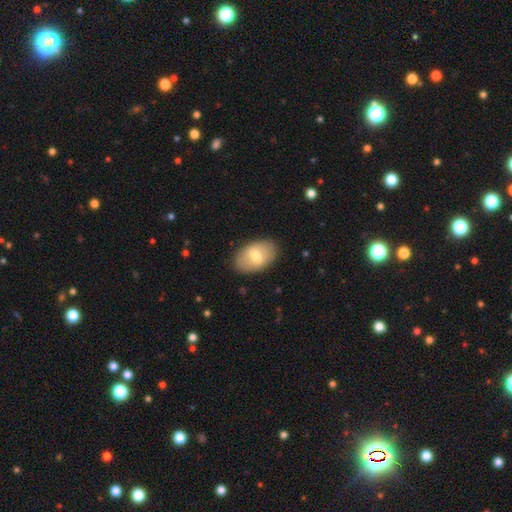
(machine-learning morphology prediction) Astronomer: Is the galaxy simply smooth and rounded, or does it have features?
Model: smooth — 63%.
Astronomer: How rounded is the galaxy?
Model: in between — 90%.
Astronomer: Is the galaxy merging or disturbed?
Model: none — 85%.